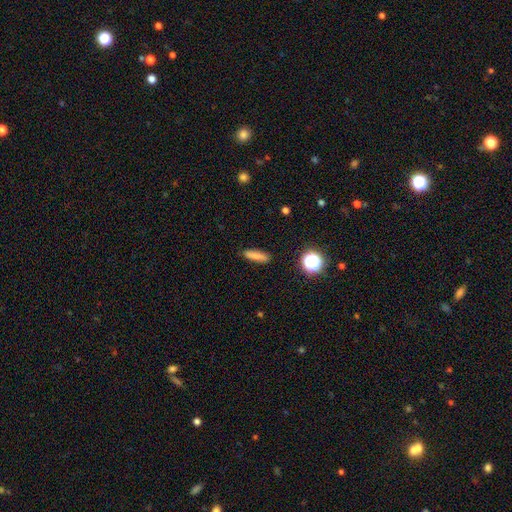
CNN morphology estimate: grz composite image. It shows a smooth galaxy with no disk features (81%) that is cigar-shaped (73%). Merging: none (89%).